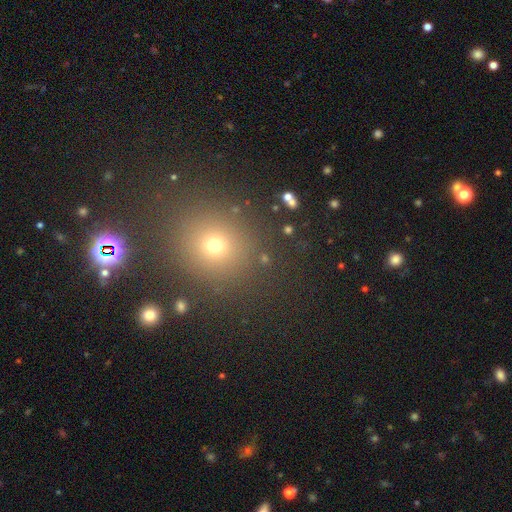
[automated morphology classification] Smooth or featured? smooth (55%)
How rounded? round (85%)
Merging? none (88%)